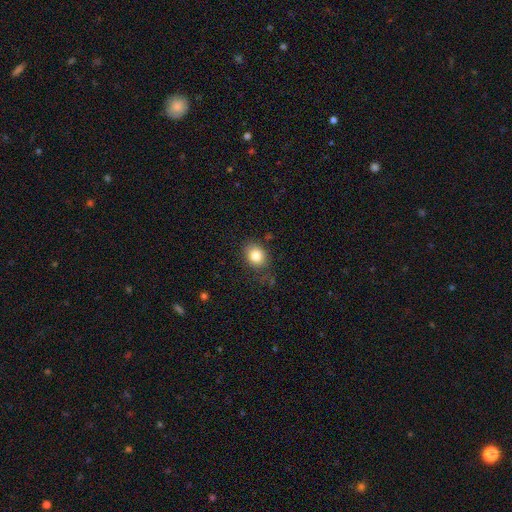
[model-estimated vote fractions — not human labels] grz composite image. It shows a smooth galaxy with no disk features (83%) that is round (54%). Merging: none (80%).